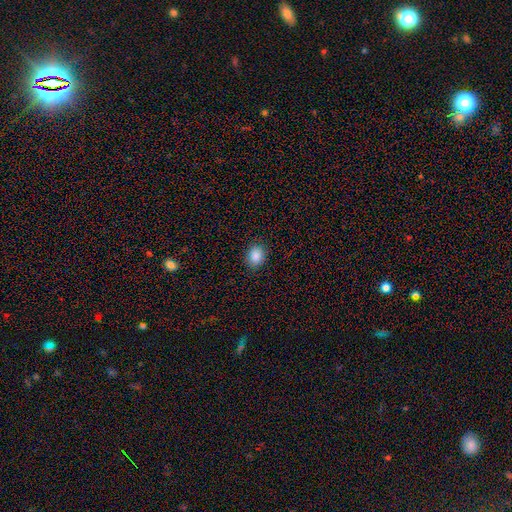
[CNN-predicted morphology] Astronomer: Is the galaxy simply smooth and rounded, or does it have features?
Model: smooth — 88%.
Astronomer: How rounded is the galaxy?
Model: in between — 56% (runner-up: round, 43%).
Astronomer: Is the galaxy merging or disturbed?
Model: none — 88%.